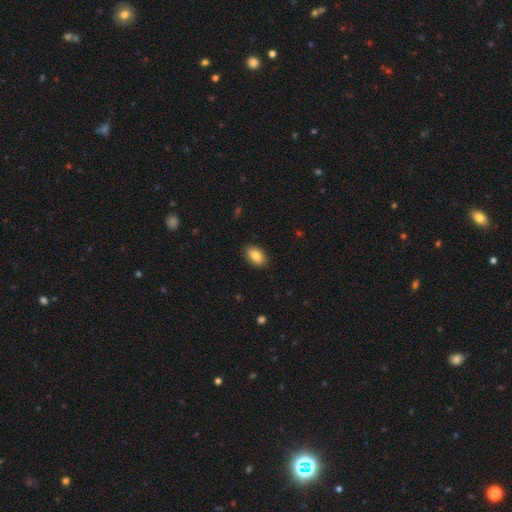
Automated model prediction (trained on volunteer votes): A smooth galaxy with no disk features (85%) that is in between round and cigar-shaped (90%). Merging: none (88%).